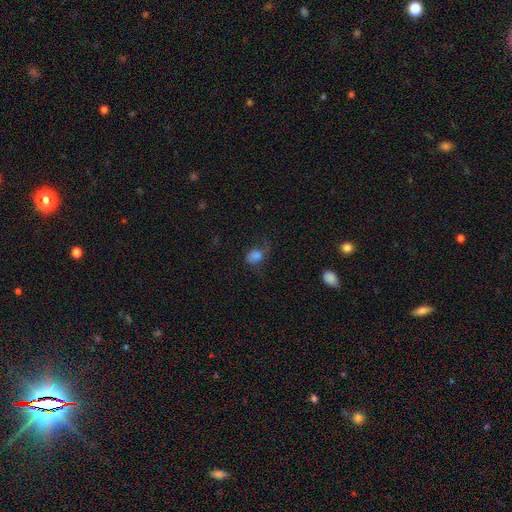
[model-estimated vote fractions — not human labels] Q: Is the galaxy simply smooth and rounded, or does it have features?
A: smooth — 75%.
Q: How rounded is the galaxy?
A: in between — 52%.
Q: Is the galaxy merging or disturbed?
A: none — 41%.